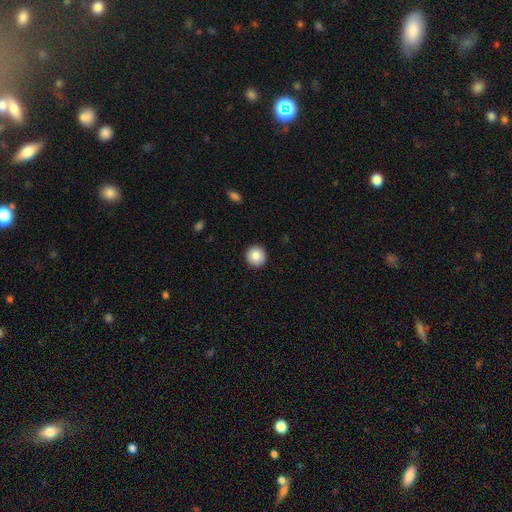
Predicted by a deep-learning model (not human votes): smooth_or_featured: smooth (p=0.86) [alt: star or artifact p=0.08]
how_rounded: round (p=0.95) [alt: in between p=0.04]
merging: none (p=0.93) [alt: minor disturbance p=0.05]